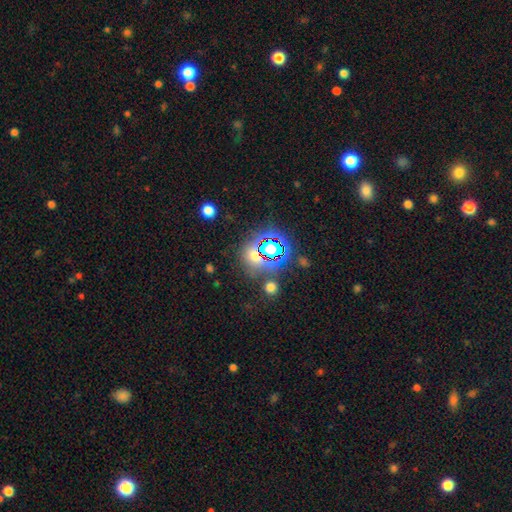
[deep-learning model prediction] Morphology: type=star or artifact (57%).